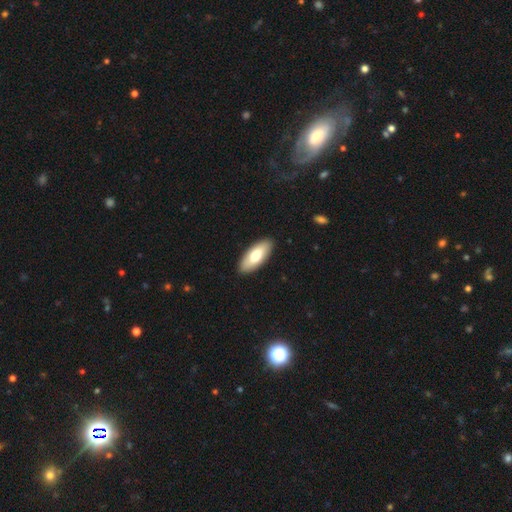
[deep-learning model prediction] Smooth or featured: smooth — 74% (featured or disk — 21%)
How rounded: in between — 81% (cigar-shaped — 17%)
Merging: none — 90% (minor disturbance — 7%)